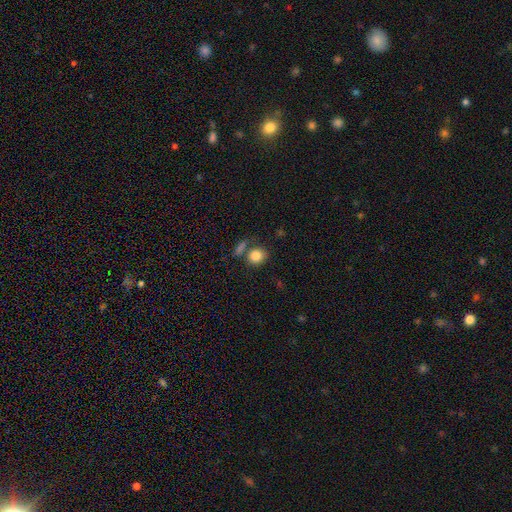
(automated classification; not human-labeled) Smooth or featured?
  - smooth: 84% *
  - star or artifact: 9%
  - featured or disk: 6%
How rounded?
  - round: 71% *
  - in between: 27%
  - cigar-shaped: 1%
Merging?
  - none: 64% *
  - merger: 20%
  - minor disturbance: 11%
  - major disturbance: 5%